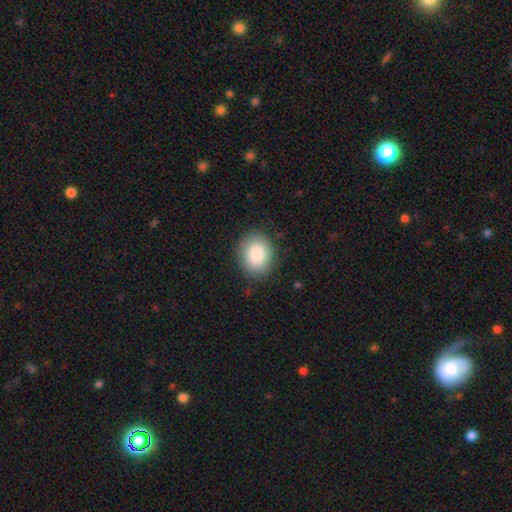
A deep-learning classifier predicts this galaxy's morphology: The model was most divided on "how rounded": round: 57%, in between: 42%, cigar-shaped: 1%. More confident: smooth or featured — smooth (87%); merging — none (86%).